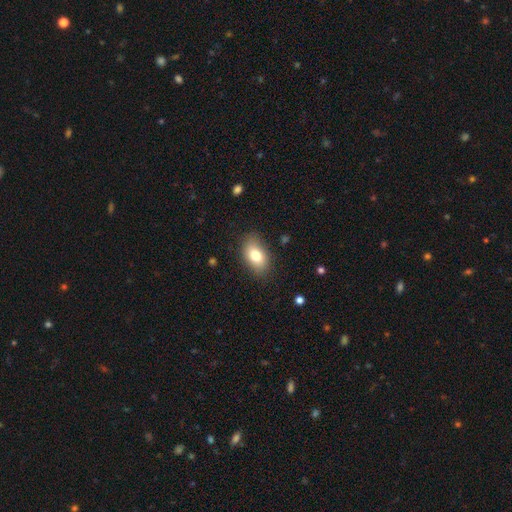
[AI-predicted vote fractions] Morphology: type=smooth (79%); roundness=in between (89%); merging=none (82%).